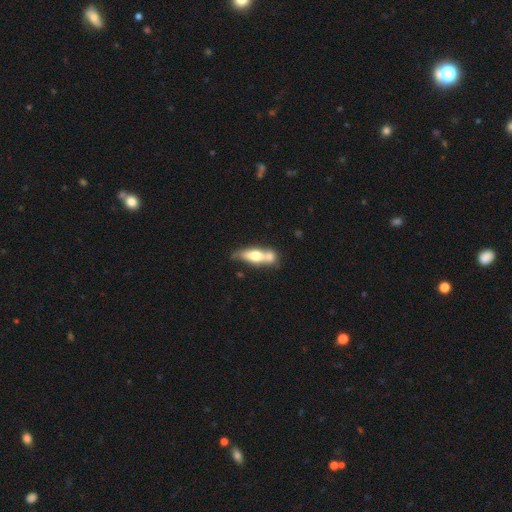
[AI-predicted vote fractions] Q: Smooth or featured?
A: smooth (52%); runner-up: featured or disk (41%)
Q: How rounded?
A: in between (50%); runner-up: cigar-shaped (46%)
Q: Merging?
A: merger (43%); runner-up: none (36%)